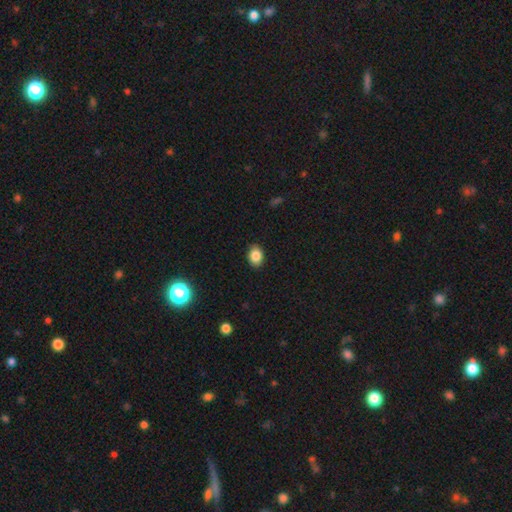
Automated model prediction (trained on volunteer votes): Smooth or featured?
  - smooth: 86% *
  - star or artifact: 9%
  - featured or disk: 5%
How rounded?
  - in between: 71% *
  - round: 28%
  - cigar-shaped: 1%
Merging?
  - none: 89% *
  - minor disturbance: 9%
  - major disturbance: 2%
  - merger: 1%